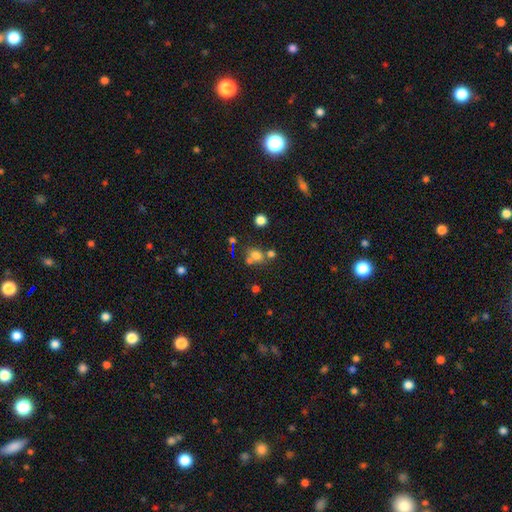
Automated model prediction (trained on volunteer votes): smooth_or_featured: smooth (p=0.68) [alt: star or artifact p=0.19]
how_rounded: round (p=0.60) [alt: in between p=0.38]
merging: none (p=0.48) [alt: merger p=0.35]